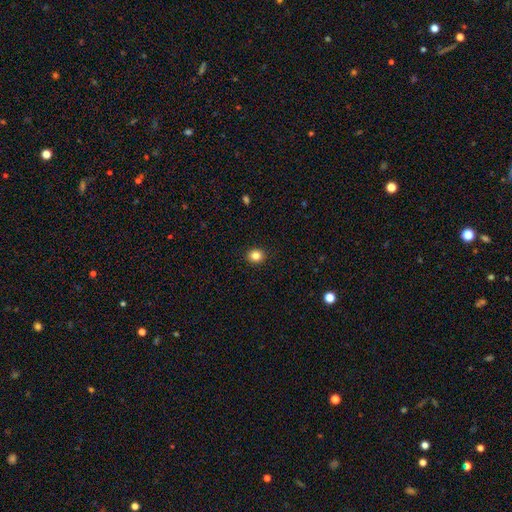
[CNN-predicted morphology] Smooth or featured: smooth — 84% (star or artifact — 11%)
How rounded: round — 74% (in between — 25%)
Merging: none — 92% (minor disturbance — 5%)